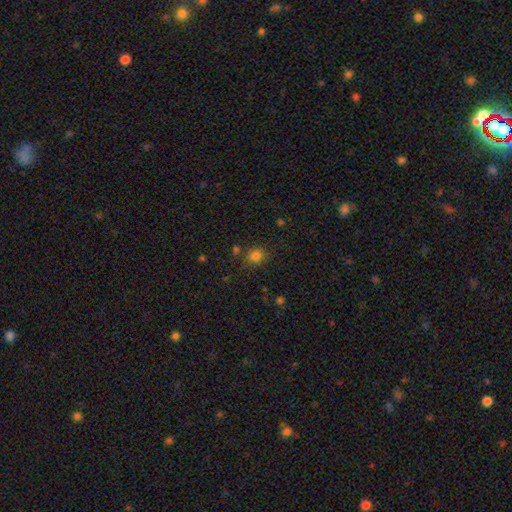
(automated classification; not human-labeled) This is likely a smooth galaxy (79%). How rounded: likely round (71%). Merging: likely none (78%).